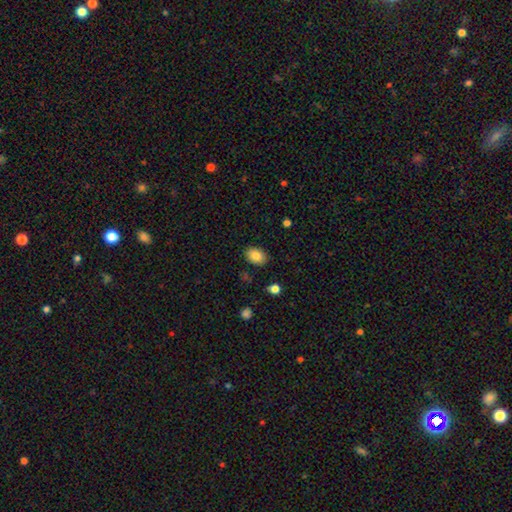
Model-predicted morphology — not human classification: smooth_or_featured: smooth (p=0.85) [alt: star or artifact p=0.08]
how_rounded: in between (p=0.78) [alt: round p=0.21]
merging: none (p=0.87) [alt: minor disturbance p=0.10]